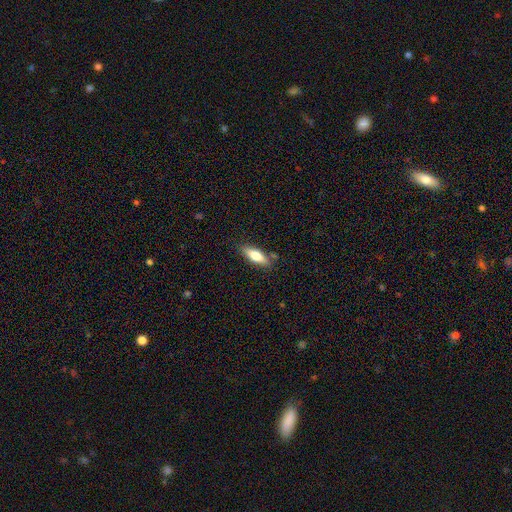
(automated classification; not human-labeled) Smooth or featured: smooth — 71% (featured or disk — 22%)
How rounded: in between — 61% (cigar-shaped — 36%)
Merging: none — 79% (minor disturbance — 14%)